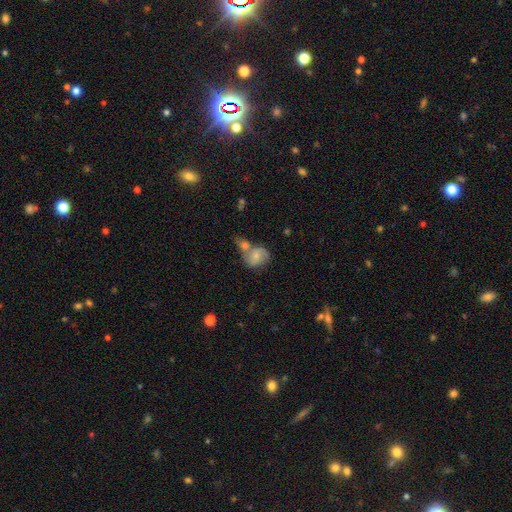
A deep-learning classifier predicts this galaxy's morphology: smooth_or_featured: smooth (p=0.56) [alt: featured or disk p=0.36]
how_rounded: round (p=0.54) [alt: in between p=0.44]
merging: merger (p=0.55) [alt: none p=0.27]